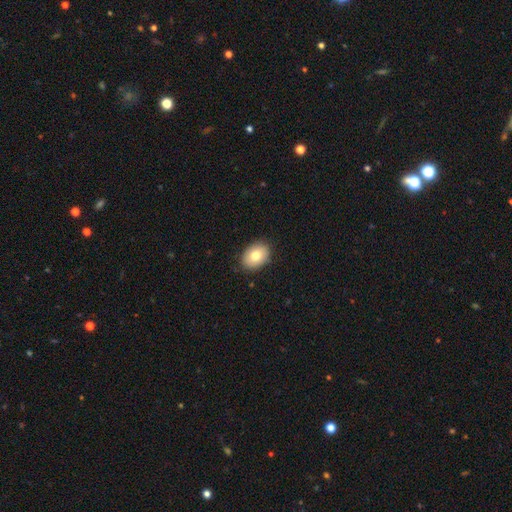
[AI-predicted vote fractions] A smooth galaxy with no disk features (79%) that is in between round and cigar-shaped (77%). Merging: none (86%).